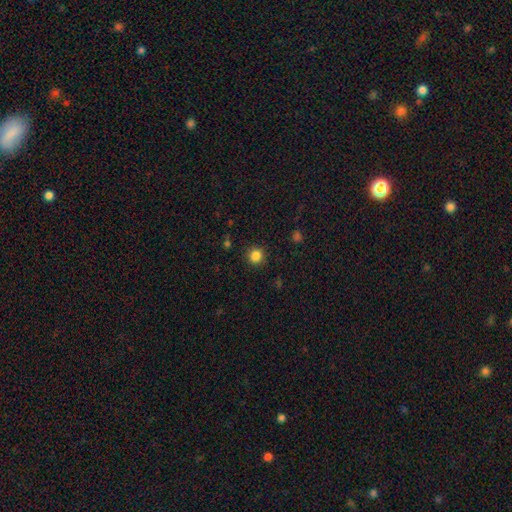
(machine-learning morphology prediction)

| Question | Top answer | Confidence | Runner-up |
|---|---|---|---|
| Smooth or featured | smooth | 85% | star or artifact (12%) |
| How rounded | round | 92% | in between (7%) |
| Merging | none | 90% | minor disturbance (6%) |